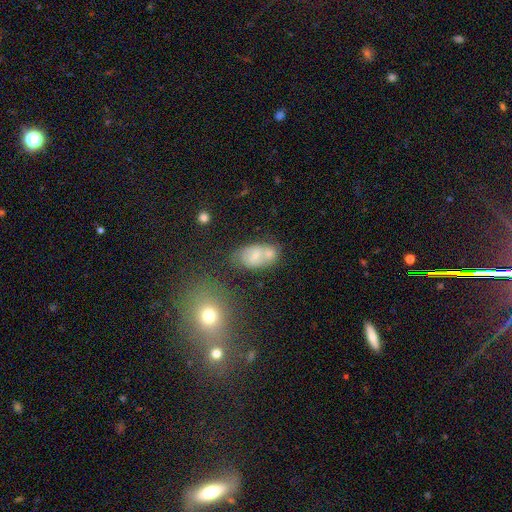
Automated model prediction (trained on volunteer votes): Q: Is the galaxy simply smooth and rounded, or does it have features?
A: smooth — 50%.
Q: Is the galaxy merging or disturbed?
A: merger — 41%.